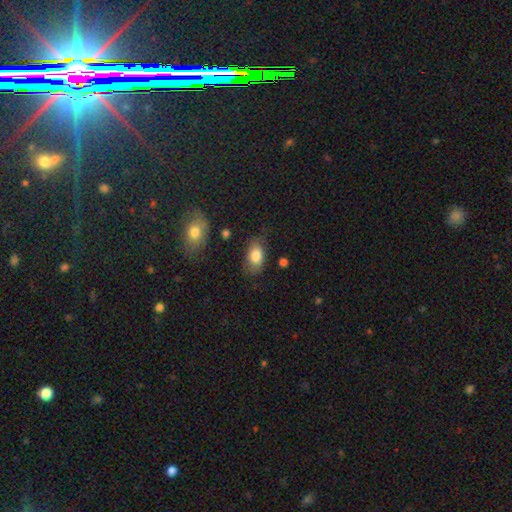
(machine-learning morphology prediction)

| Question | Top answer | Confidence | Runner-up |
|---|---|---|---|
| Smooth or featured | smooth | 82% | featured or disk (10%) |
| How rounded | in between | 87% | round (11%) |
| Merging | none | 66% | minor disturbance (24%) |